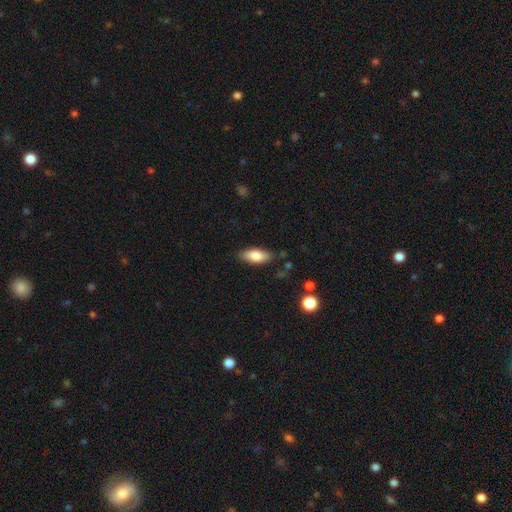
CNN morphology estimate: smooth_or_featured: smooth (p=0.80) [alt: featured or disk p=0.14]
how_rounded: in between (p=0.82) [alt: cigar-shaped p=0.16]
merging: none (p=0.84) [alt: minor disturbance p=0.12]